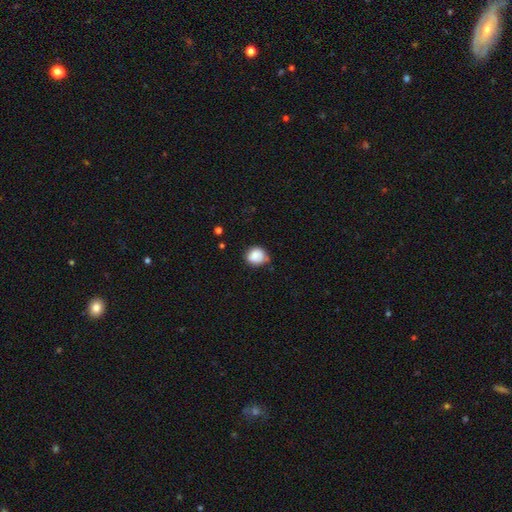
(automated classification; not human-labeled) Smooth or featured? Predicted: smooth (p=0.79). How rounded? Predicted: round (p=0.78). Merging? Predicted: none (p=0.61).